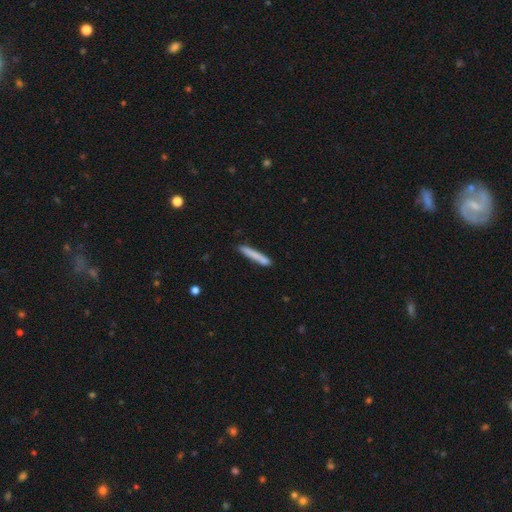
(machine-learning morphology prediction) Q: Smooth or featured?
A: smooth (79%); runner-up: featured or disk (15%)
Q: How rounded?
A: cigar-shaped (95%); runner-up: in between (3%)
Q: Merging?
A: none (86%); runner-up: minor disturbance (10%)